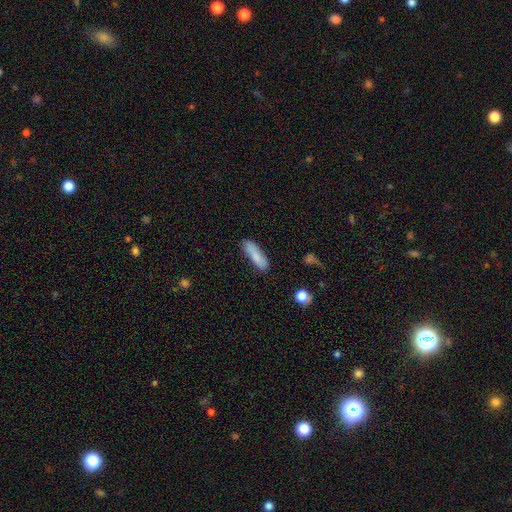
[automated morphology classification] Smooth or featured?
  - smooth: 81% *
  - featured or disk: 12%
  - star or artifact: 7%
How rounded?
  - cigar-shaped: 63% *
  - in between: 35%
  - round: 2%
Merging?
  - none: 80% *
  - minor disturbance: 15%
  - major disturbance: 3%
  - merger: 2%